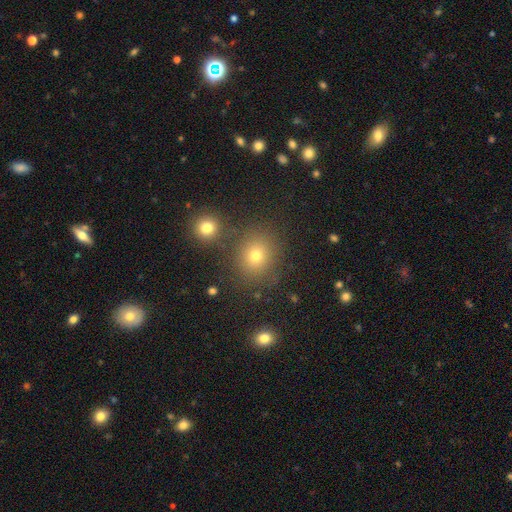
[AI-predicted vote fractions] A smooth galaxy with no disk features (73%) that is round (75%). Merging: none (79%).